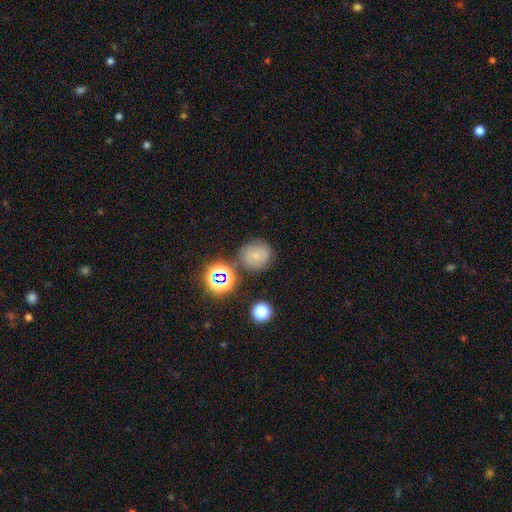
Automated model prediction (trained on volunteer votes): Smooth or featured: smooth — 59% (star or artifact — 21%)
How rounded: round — 88% (in between — 11%)
Merging: none — 75% (minor disturbance — 13%)